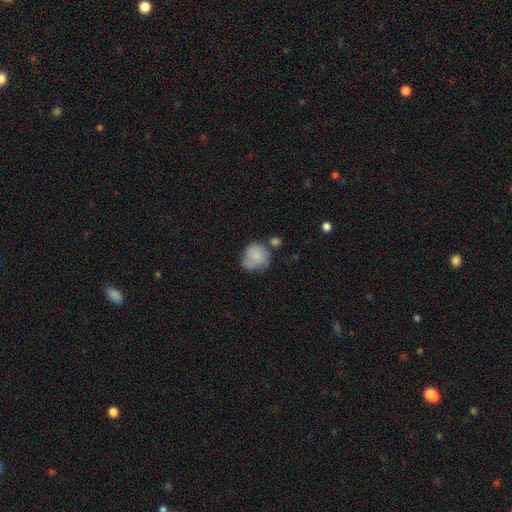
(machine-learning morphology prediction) Q: Smooth or featured?
A: smooth (76%); runner-up: featured or disk (16%)
Q: How rounded?
A: round (76%); runner-up: in between (23%)
Q: Merging?
A: none (44%); runner-up: minor disturbance (31%)